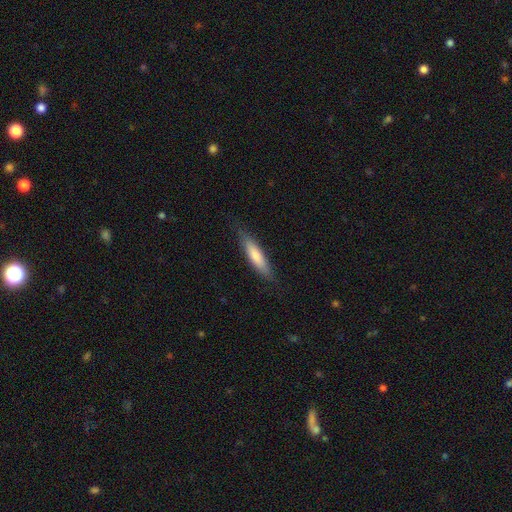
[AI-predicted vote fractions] Overall: smooth (77%). How rounded: cigar-shaped (77%). Merging: none (83%).